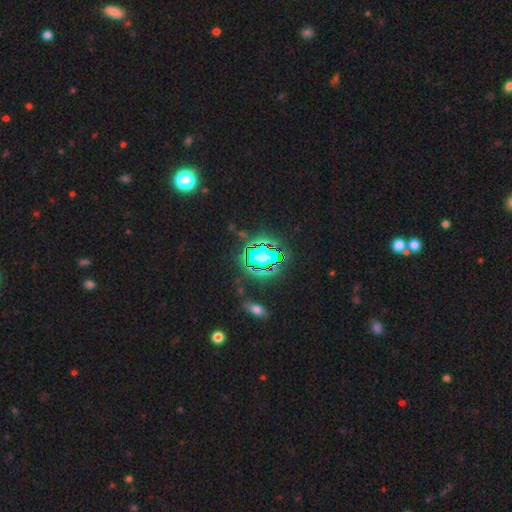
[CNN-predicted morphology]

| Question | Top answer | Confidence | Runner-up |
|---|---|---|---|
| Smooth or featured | star or artifact | 80% | smooth (12%) |